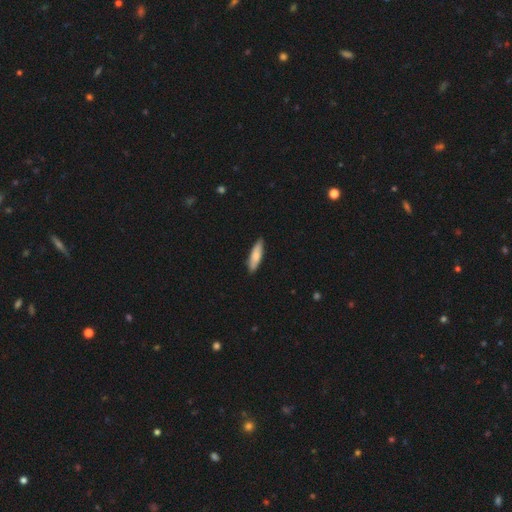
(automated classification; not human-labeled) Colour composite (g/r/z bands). It shows a smooth galaxy with no disk features (78%) that is cigar-shaped (65%). Merging: none (87%).